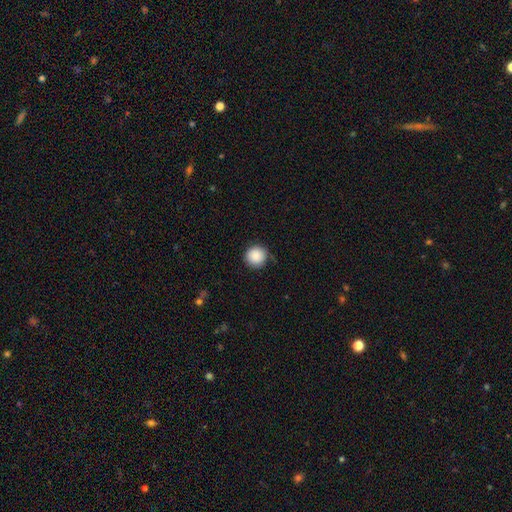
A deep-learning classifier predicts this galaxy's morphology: type=smooth (89%); roundness=round (95%); merging=none (84%).